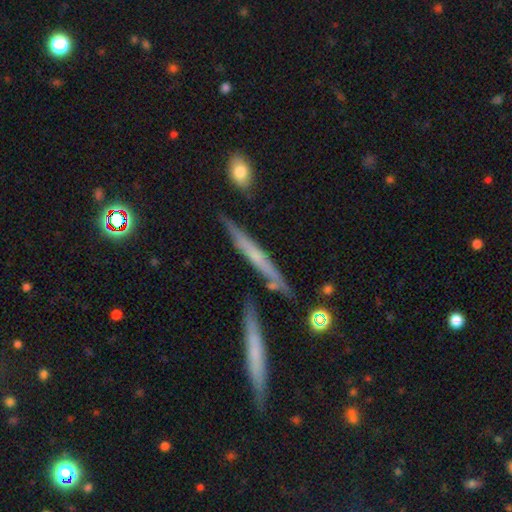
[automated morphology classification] smooth-or-featured: featured or disk: 53% | smooth: 38% | star or artifact: 8%
  disk-edge-on: yes: 92% | no: 8%
  merging: none: 78% | minor disturbance: 13% | merger: 7% | major disturbance: 3%